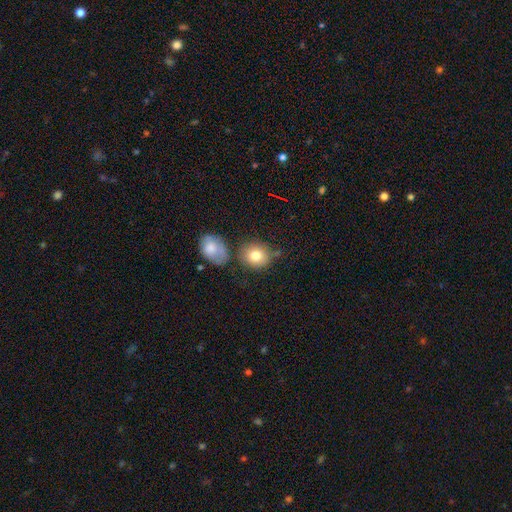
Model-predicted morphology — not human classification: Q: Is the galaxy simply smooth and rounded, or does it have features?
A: smooth — 80%.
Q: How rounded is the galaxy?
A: round — 72%.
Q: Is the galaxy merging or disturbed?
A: none — 66%.